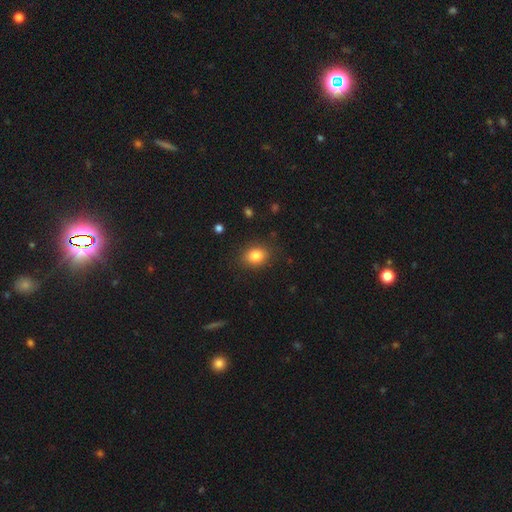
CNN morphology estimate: smooth_or_featured: smooth (p=0.84) [alt: star or artifact p=0.10]
how_rounded: in between (p=0.58) [alt: round p=0.41]
merging: none (p=0.84) [alt: minor disturbance p=0.11]